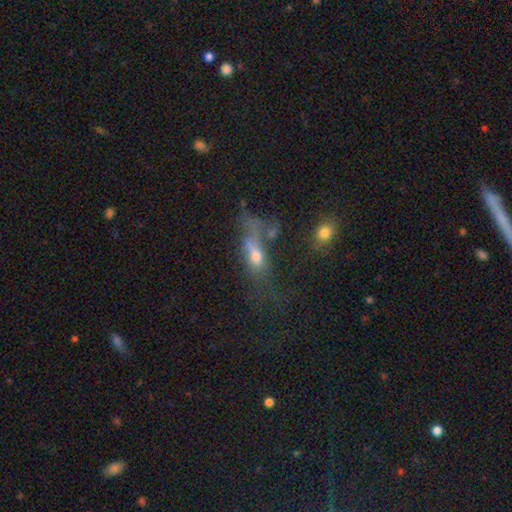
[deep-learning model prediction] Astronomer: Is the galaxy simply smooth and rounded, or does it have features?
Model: smooth — 53% (runner-up: featured or disk, 31%).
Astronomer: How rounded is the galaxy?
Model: in between — 61%.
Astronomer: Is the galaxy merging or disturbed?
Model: major disturbance — 39% (runner-up: none, 27%).